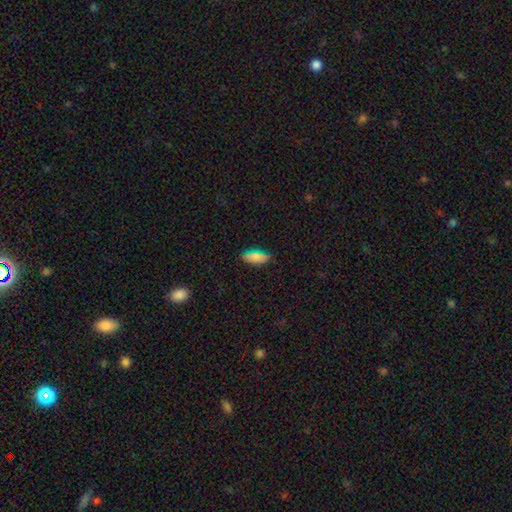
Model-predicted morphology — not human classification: Smooth or featured: smooth — 77% (star or artifact — 16%)
How rounded: in between — 87% (cigar-shaped — 10%)
Merging: none — 84% (minor disturbance — 12%)